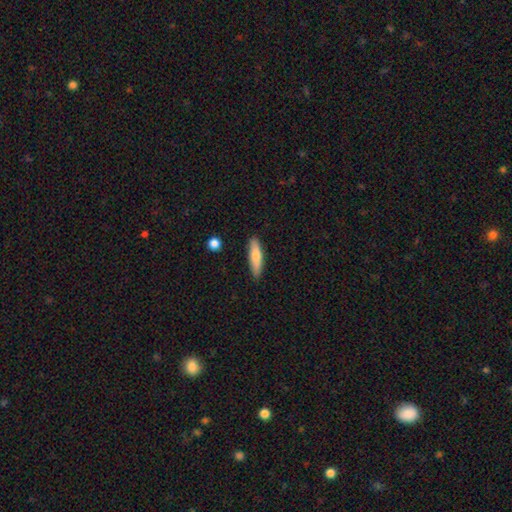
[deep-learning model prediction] Smooth or featured?
  - smooth: 73% *
  - featured or disk: 21%
  - star or artifact: 6%
How rounded?
  - cigar-shaped: 71% *
  - in between: 28%
  - round: 2%
Merging?
  - none: 87% *
  - minor disturbance: 9%
  - major disturbance: 2%
  - merger: 2%